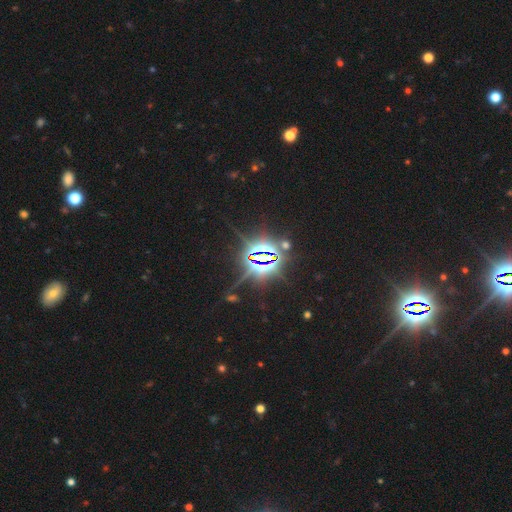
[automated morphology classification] This is clearly a star or artifact rather than a galaxy (87%).